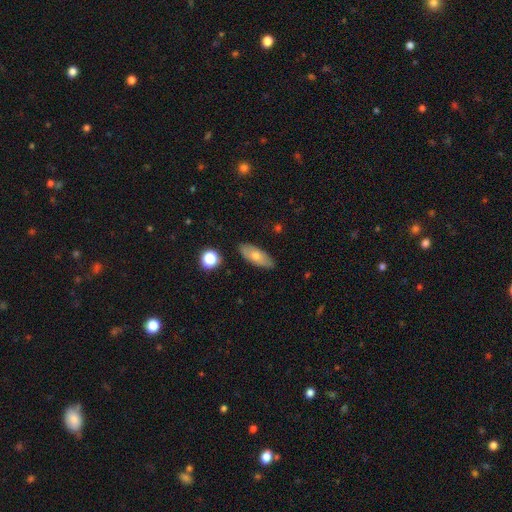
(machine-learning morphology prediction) smooth-or-featured: smooth: 64% | featured or disk: 29% | star or artifact: 7%
  how-rounded: in between: 74% | cigar-shaped: 22% | round: 4%
  merging: none: 86% | minor disturbance: 10% | major disturbance: 2% | merger: 2%